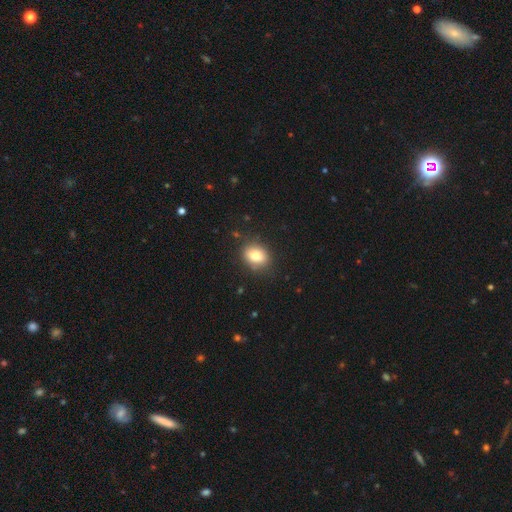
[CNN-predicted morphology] Overall: smooth (80%). How rounded: in between (58%; round 41%). Merging: none (83%).